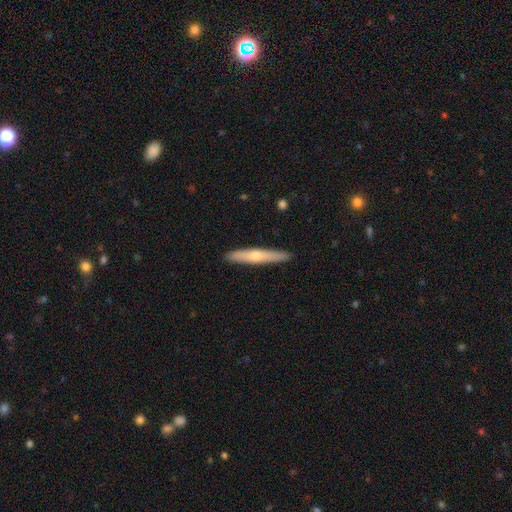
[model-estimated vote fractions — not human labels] smooth-or-featured: smooth: 47% (tied) | featured or disk: 47% (tied) | star or artifact: 6%
  merging: none: 91% | minor disturbance: 7% | major disturbance: 1% | merger: 1%